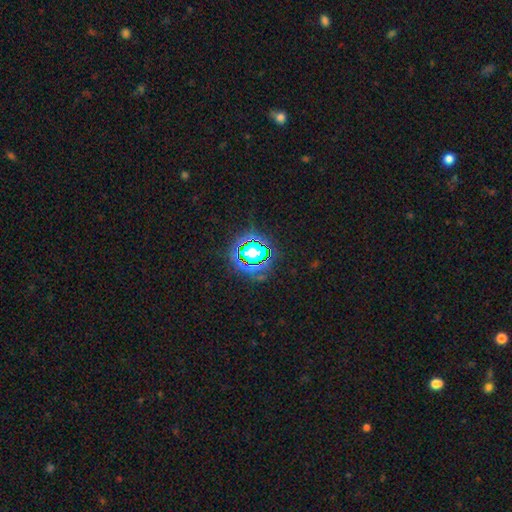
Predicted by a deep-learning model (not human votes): Overall: star or artifact (63%; smooth 24%).